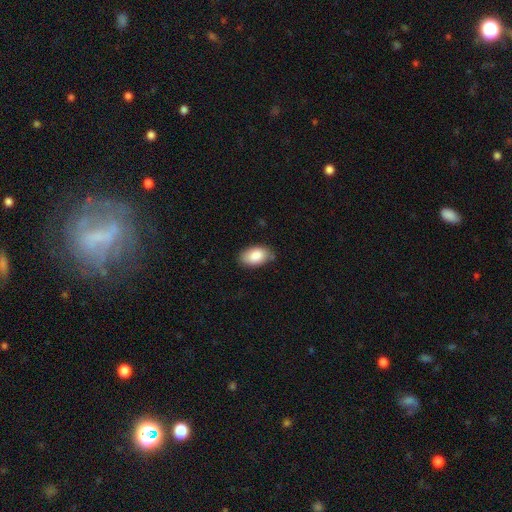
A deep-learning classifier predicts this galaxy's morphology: smooth 87%, featured or disk 7%, star or artifact 6%. Down the decision tree: how rounded — in between (93%); merging — none (77%).